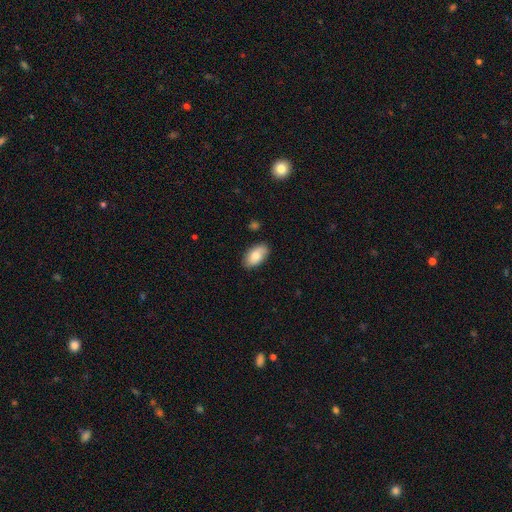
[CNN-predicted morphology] Q: Smooth or featured?
A: smooth (80%); runner-up: featured or disk (14%)
Q: How rounded?
A: in between (94%); runner-up: round (4%)
Q: Merging?
A: none (84%); runner-up: minor disturbance (12%)